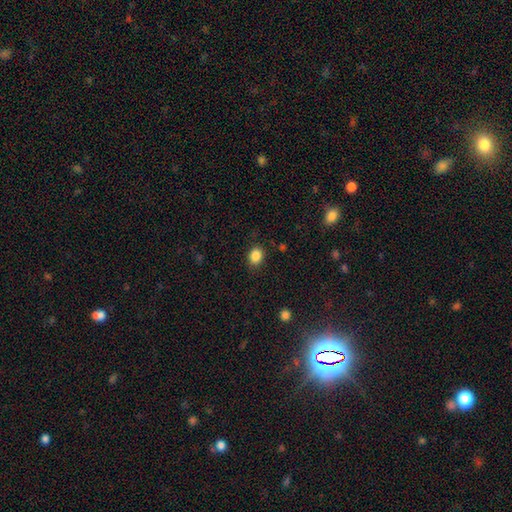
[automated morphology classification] smooth-or-featured: smooth: 86% | star or artifact: 10% | featured or disk: 4%
  how-rounded: round: 50% | in between: 49% | cigar-shaped: 1%
  merging: none: 84% | minor disturbance: 11% | major disturbance: 3% | merger: 1%